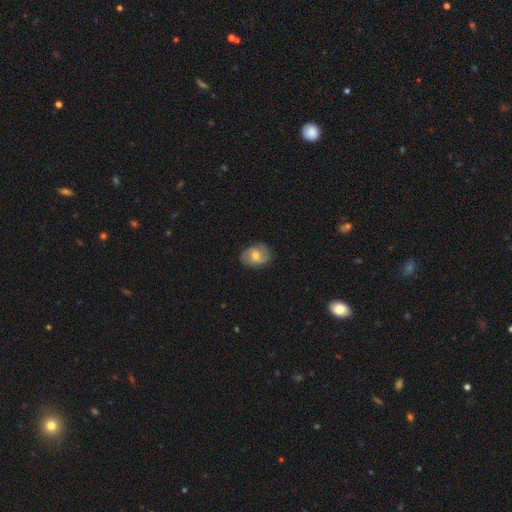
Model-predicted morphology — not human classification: Smooth or featured?
  - featured or disk: 59% *
  - smooth: 34%
  - star or artifact: 7%
Edge-on disk?
  - no: 96% *
  - yes: 4%
Bar?
  - no: 46% *
  - weak: 43%
  - strong: 11%
Spiral arms?
  - yes: 84% *
  - no: 16%
Bulge size?
  - moderate: 64% *
  - small: 28%
  - large: 5%
  - none: 2%
  - dominant: 1%
Merging?
  - none: 80% *
  - minor disturbance: 15%
  - major disturbance: 4%
  - merger: 1%